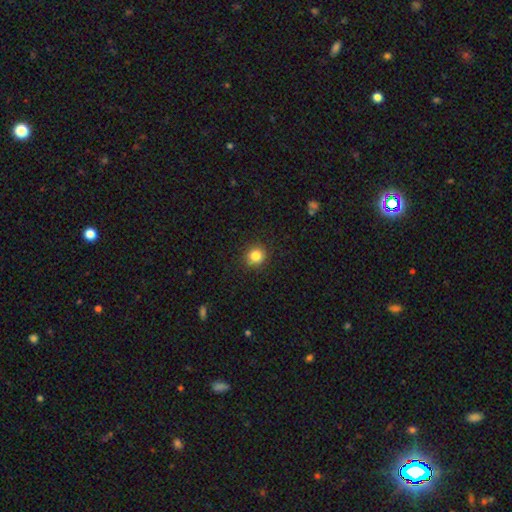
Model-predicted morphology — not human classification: smooth-or-featured: smooth: 84% | star or artifact: 11% | featured or disk: 5%
  how-rounded: round: 87% | in between: 12% | cigar-shaped: 1%
  merging: none: 90% | minor disturbance: 7% | major disturbance: 2% | merger: 1%